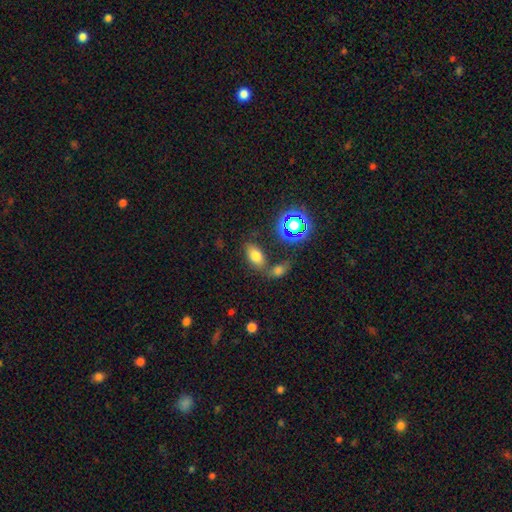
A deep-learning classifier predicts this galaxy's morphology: Smooth or featured? smooth (71%)
How rounded? in between (88%)
Merging? none (63%)